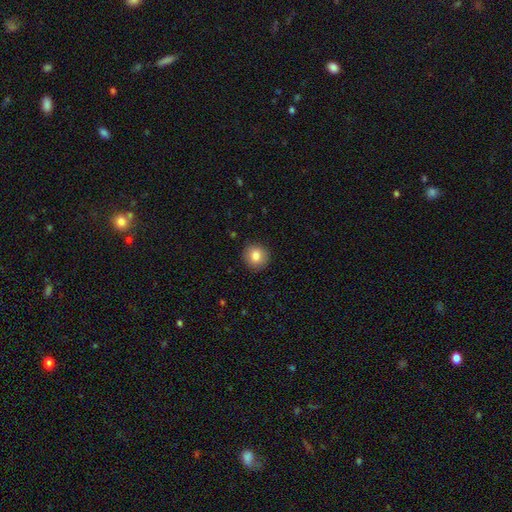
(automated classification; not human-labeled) Q: Smooth or featured?
A: smooth (84%); runner-up: star or artifact (9%)
Q: How rounded?
A: round (91%); runner-up: in between (8%)
Q: Merging?
A: none (90%); runner-up: minor disturbance (7%)